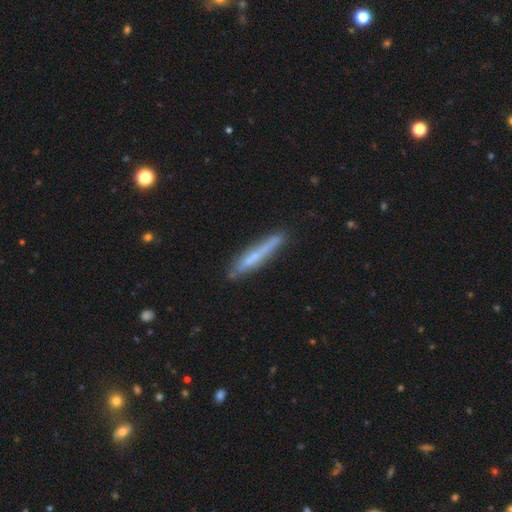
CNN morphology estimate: smooth 47%, featured or disk 46%, star or artifact 7%. Down the decision tree: merging — none (79%).